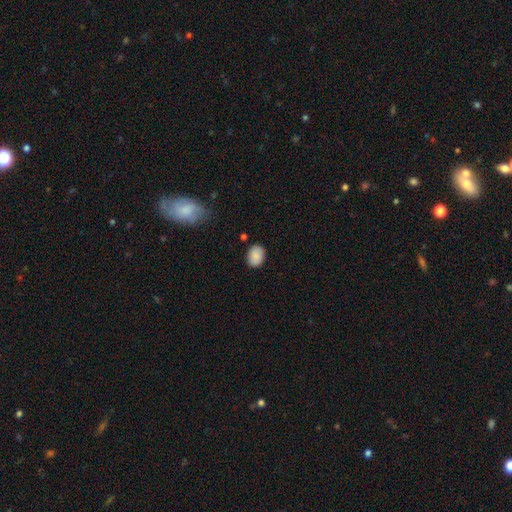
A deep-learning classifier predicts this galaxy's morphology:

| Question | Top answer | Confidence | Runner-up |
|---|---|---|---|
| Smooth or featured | smooth | 88% | star or artifact (8%) |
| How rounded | in between | 65% | round (34%) |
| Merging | none | 83% | minor disturbance (12%) |